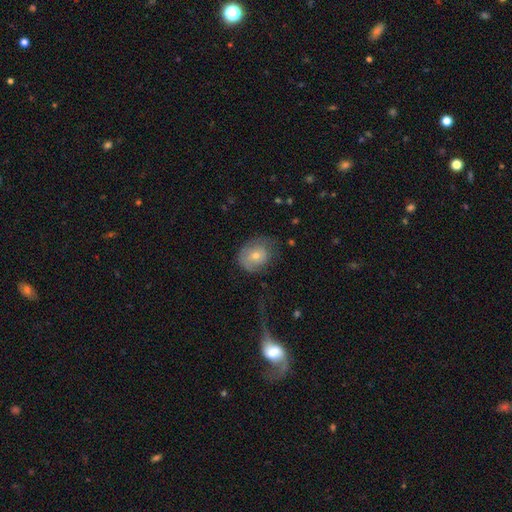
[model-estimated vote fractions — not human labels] smooth 53%, featured or disk 37%, star or artifact 10%. Down the decision tree: how rounded — round (58%); merging — none (52%).